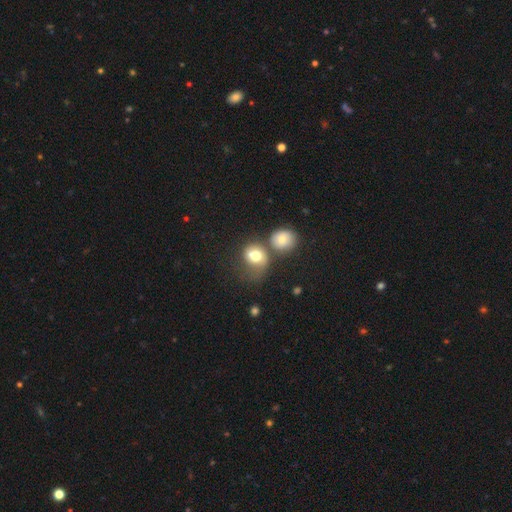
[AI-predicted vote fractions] Morphology: type=smooth (72%); roundness=round (57%); merging=merger (34%).